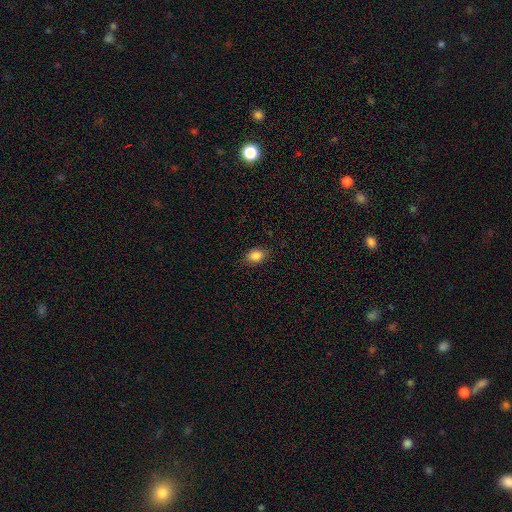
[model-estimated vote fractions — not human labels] This appears to be a smooth galaxy with no disk features (86%) that is in between round and cigar-shaped (66%). Merging: none (83%).